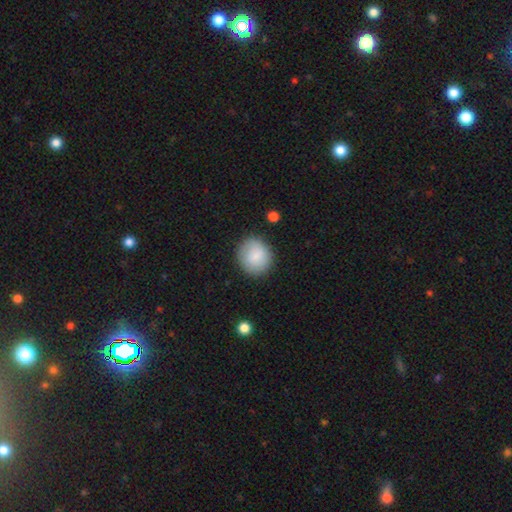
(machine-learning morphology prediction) smooth-or-featured: smooth: 84% | featured or disk: 9% | star or artifact: 7%
  how-rounded: round: 80% | in between: 19% | cigar-shaped: 1%
  merging: none: 83% | minor disturbance: 12% | major disturbance: 3% | merger: 2%